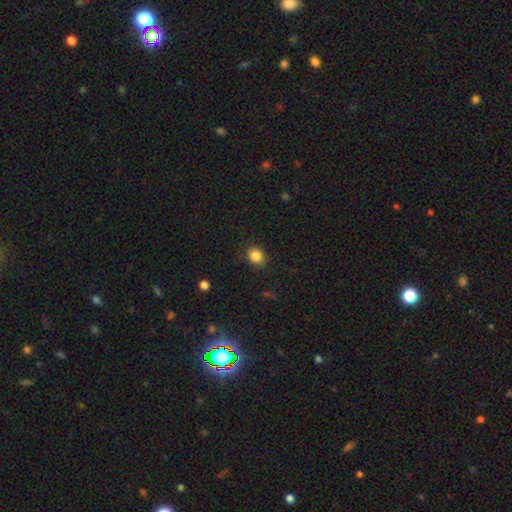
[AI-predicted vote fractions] smooth-or-featured: smooth: 85% | star or artifact: 11% | featured or disk: 5%
  how-rounded: round: 65% | in between: 34% | cigar-shaped: 1%
  merging: none: 88% | minor disturbance: 9% | major disturbance: 2% | merger: 1%